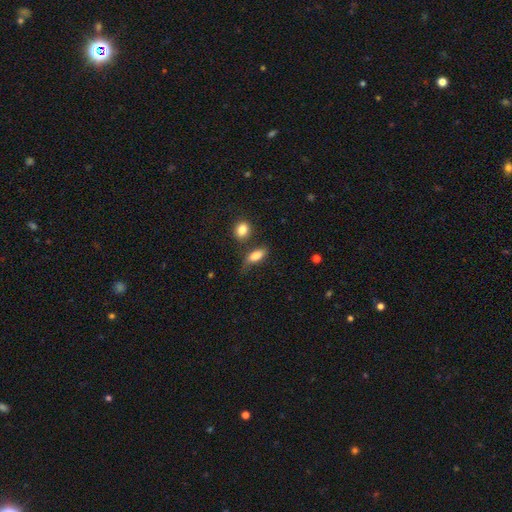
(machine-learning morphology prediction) Overall: smooth (81%). How rounded: in between (78%). Merging: none (58%; minor disturbance 24%).